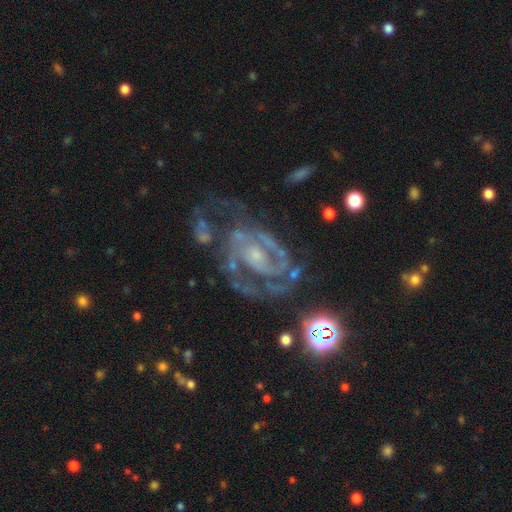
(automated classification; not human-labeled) This appears to be a featured or disk galaxy (89%) with no bar (55%), 2 (64%) tight (47%) spiral arms (96%) and a small central bulge (60%). Merging: none (54%).